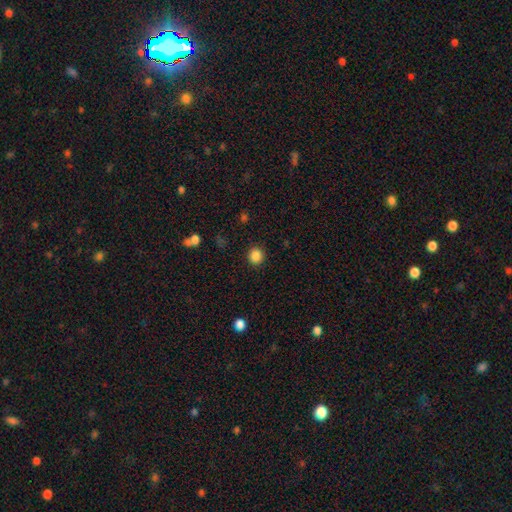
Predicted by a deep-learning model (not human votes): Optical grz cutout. It shows a smooth galaxy with no disk features (86%) that is round (90%). Merging: none (91%).